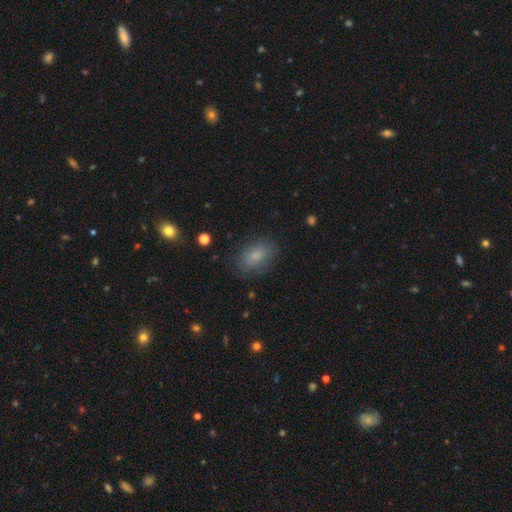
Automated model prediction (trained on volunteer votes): Smooth or featured?
  - smooth: 80% *
  - featured or disk: 11%
  - star or artifact: 9%
How rounded?
  - in between: 86% *
  - round: 12%
  - cigar-shaped: 2%
Merging?
  - none: 79% *
  - minor disturbance: 15%
  - major disturbance: 5%
  - merger: 1%